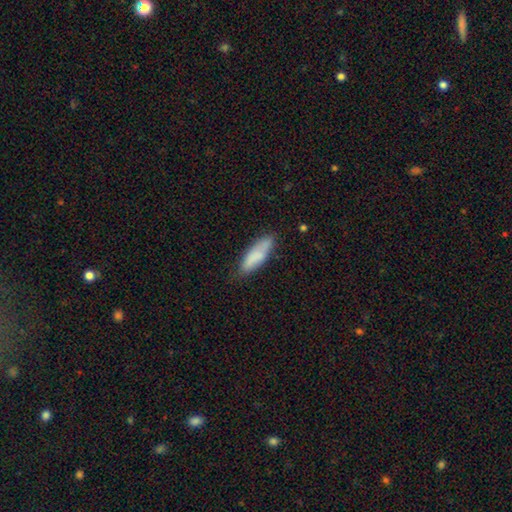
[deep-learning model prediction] A smooth galaxy with no disk features (79%) that is in between round and cigar-shaped (53%).

Vote fractions:
- Smooth or featured? smooth: 79% / featured or disk: 14% / star or artifact: 7%
- How rounded? in between: 53% / cigar-shaped: 45% / round: 2%
- Merging? none: 72% / minor disturbance: 21% / major disturbance: 4% / merger: 2%